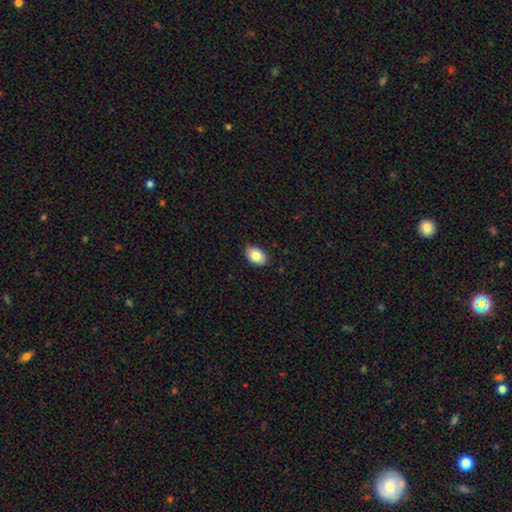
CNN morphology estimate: A smooth galaxy with no disk features (83%) that is in between round and cigar-shaped (86%). Merging: none (82%).